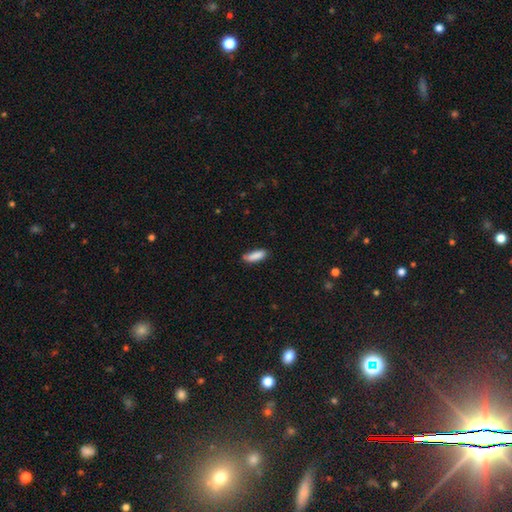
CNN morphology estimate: Overall: smooth (87%). How rounded: in between (51%; cigar-shaped 47%). Merging: none (76%).